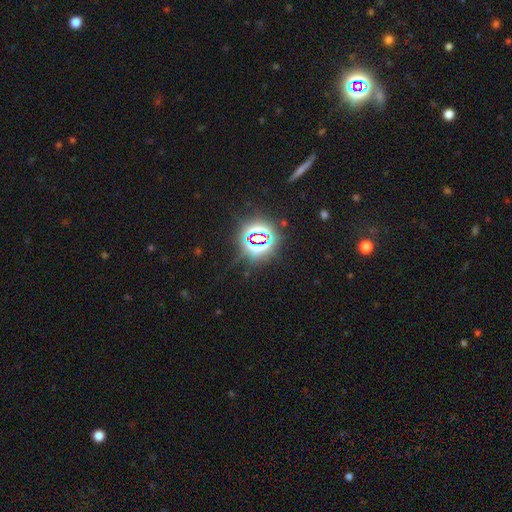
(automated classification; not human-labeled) smooth-or-featured: star or artifact: 81% | smooth: 12% | featured or disk: 7%